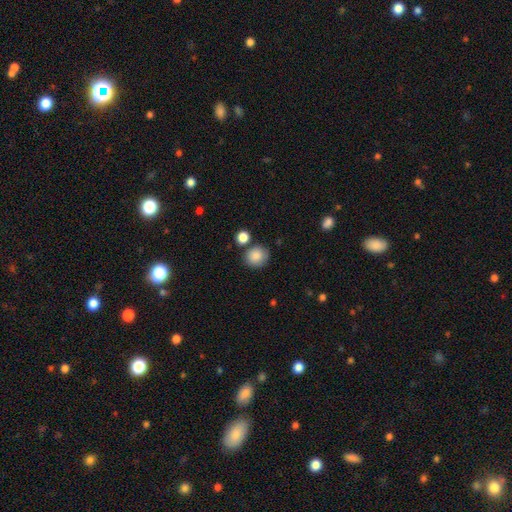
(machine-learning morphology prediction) Smooth or featured?
  - smooth: 86% *
  - star or artifact: 9%
  - featured or disk: 5%
How rounded?
  - round: 82% *
  - in between: 17%
  - cigar-shaped: 1%
Merging?
  - none: 77% *
  - minor disturbance: 12%
  - merger: 8%
  - major disturbance: 3%